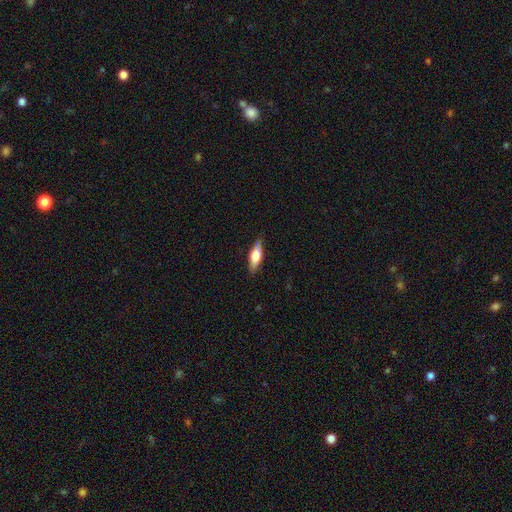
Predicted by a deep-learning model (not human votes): Smooth or featured? Predicted: smooth (p=0.56). How rounded? Predicted: in between (p=0.56). Merging? Predicted: none (p=0.82).